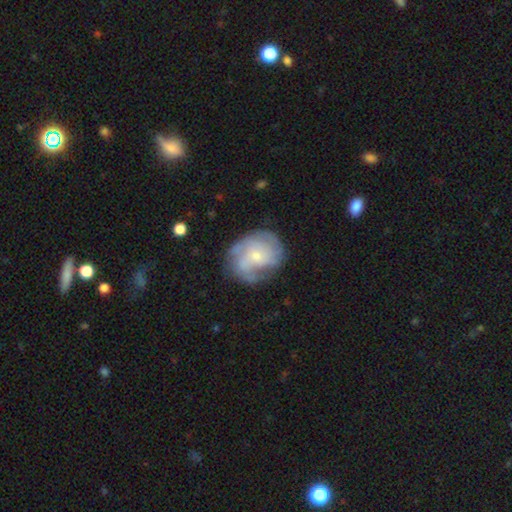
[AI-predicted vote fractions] Overall: featured or disk (67%). Edge-on disk: no (98%). Bar: no (76%). Spiral arms: yes (80%). Spiral arm count: can't tell (39%; 3 22%). Spiral winding: tight (45%; medium 37%). Bulge size: small (71%). Merging: none (55%; minor disturbance 25%).